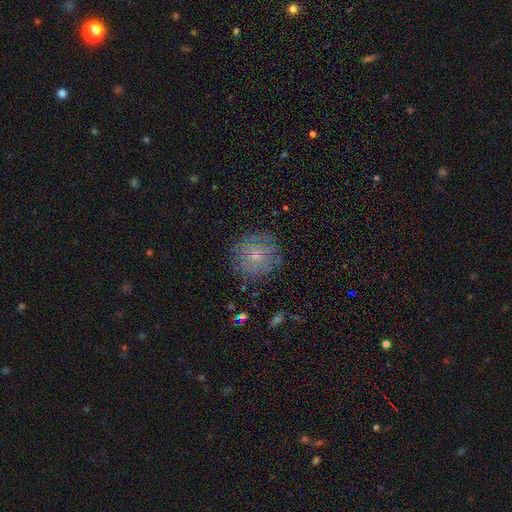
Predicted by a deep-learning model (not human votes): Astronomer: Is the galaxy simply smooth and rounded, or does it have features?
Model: smooth — 59%.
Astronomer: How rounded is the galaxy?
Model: round — 91%.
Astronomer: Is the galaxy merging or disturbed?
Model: none — 80%.